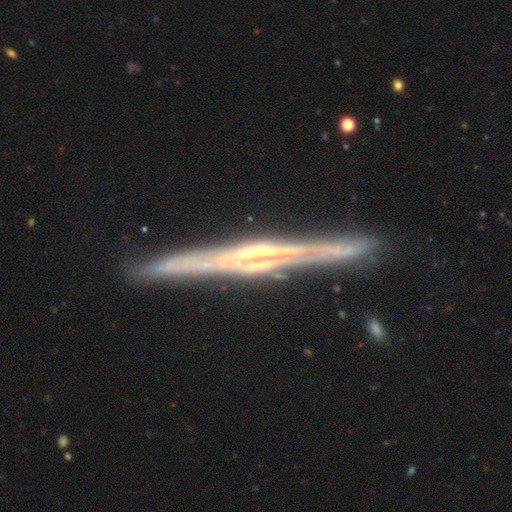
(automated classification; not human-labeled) Smooth or featured: featured or disk — 86% (smooth — 8%)
Edge-on disk: yes — 98% (no — 2%)
Edge-on bulge: rounded — 38% (none — 32%)
Merging: none — 89% (minor disturbance — 8%)